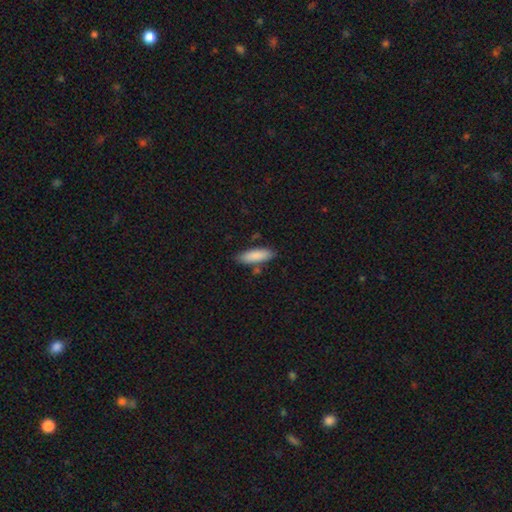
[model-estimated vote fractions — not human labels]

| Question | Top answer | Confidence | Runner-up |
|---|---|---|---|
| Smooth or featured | smooth | 87% | featured or disk (8%) |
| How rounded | in between | 56% | cigar-shaped (42%) |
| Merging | none | 80% | minor disturbance (13%) |